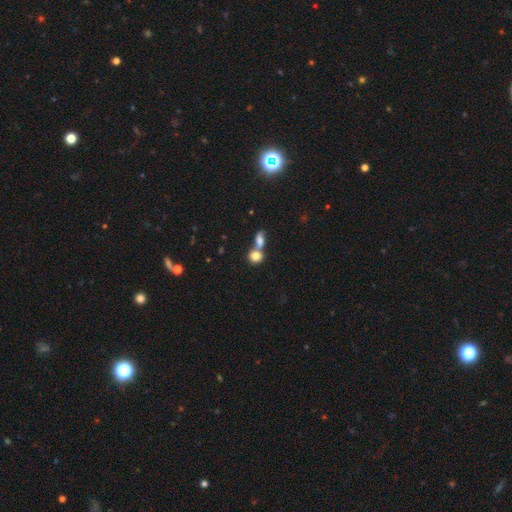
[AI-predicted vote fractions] Smooth or featured? smooth (81%)
How rounded? round (60%)
Merging? merger (58%)